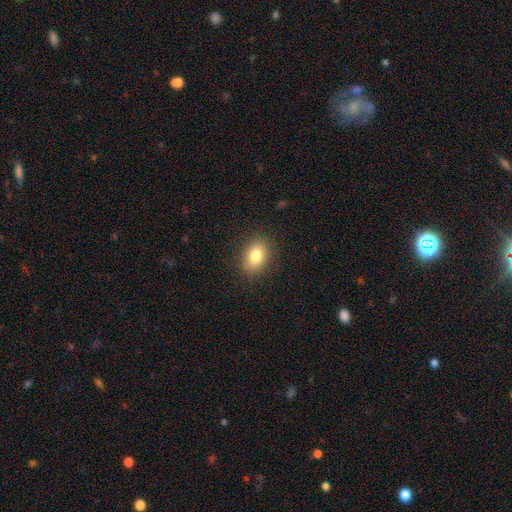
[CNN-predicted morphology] type=smooth (81%); roundness=in between (77%); merging=none (87%).